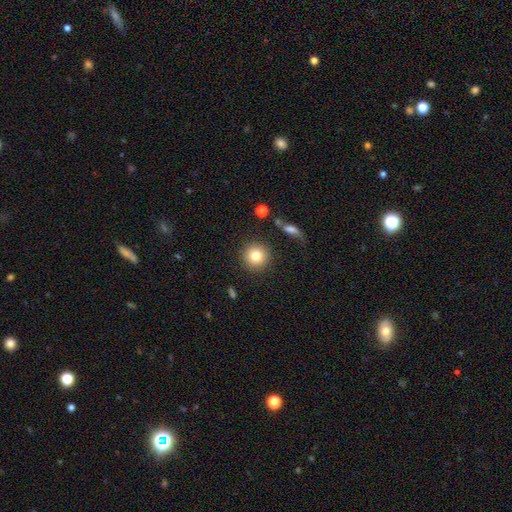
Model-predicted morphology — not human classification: This is clearly a smooth galaxy (81%). How rounded: clearly round (94%). Merging: clearly none (88%).